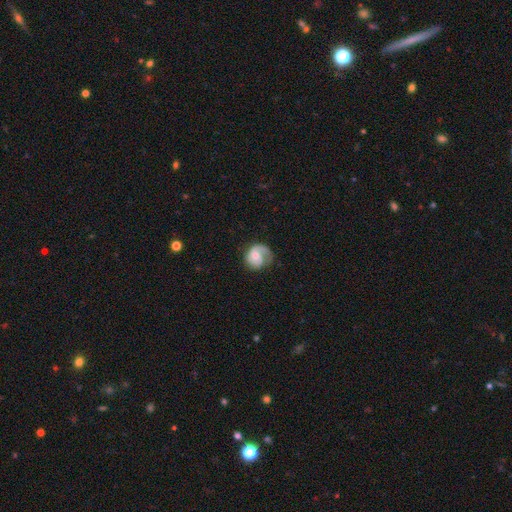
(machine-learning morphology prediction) This is likely a featured or disk galaxy (72%). It is clearly not viewed edge-on (98%). Bar: likely no (69%). Spiral arm pattern: clearly yes (92%). Spiral arm count: possibly 1 (52%). Spiral winding: marginally tight (42%). Central bulge: possibly moderate (54%). Merging: likely none (61%).